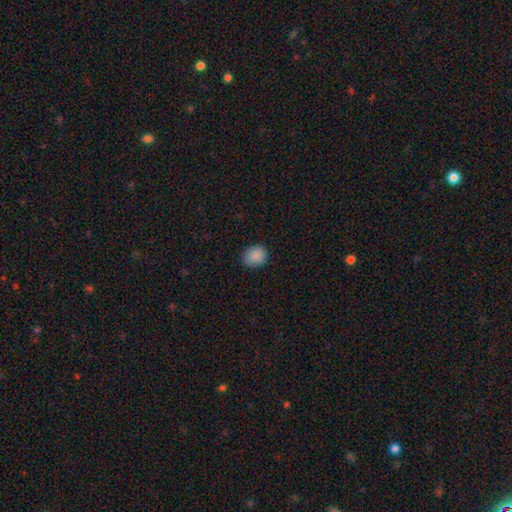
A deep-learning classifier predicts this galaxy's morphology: smooth-or-featured: smooth: 89% | star or artifact: 8% | featured or disk: 3%
  how-rounded: round: 61% | in between: 39% | cigar-shaped: 1%
  merging: none: 84% | minor disturbance: 13% | major disturbance: 2% | merger: 1%